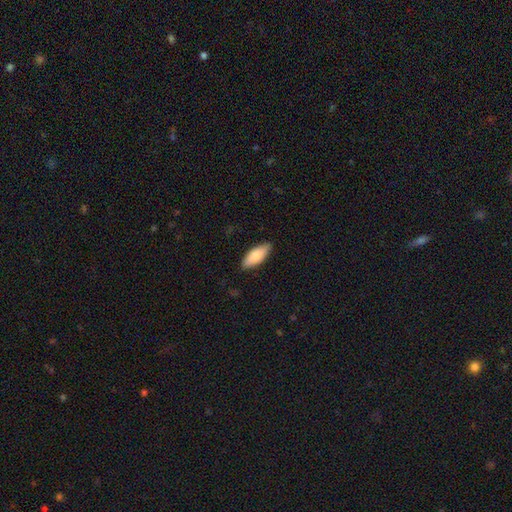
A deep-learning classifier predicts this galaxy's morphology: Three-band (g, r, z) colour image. It shows a smooth galaxy with no disk features (78%) that is in between round and cigar-shaped (75%). Merging: none (87%).